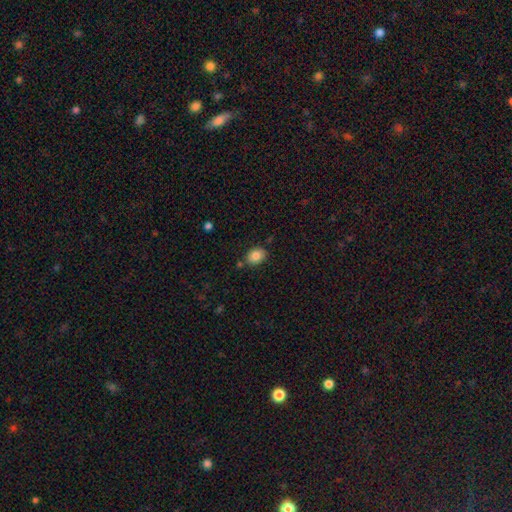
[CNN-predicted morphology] Smooth or featured? smooth (84%)
How rounded? in between (58%)
Merging? none (79%)